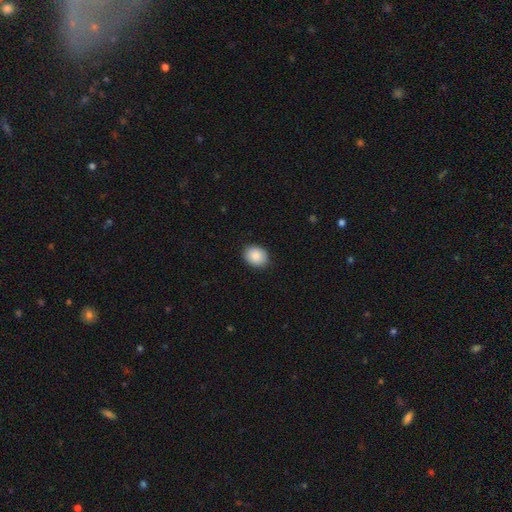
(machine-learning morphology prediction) Smooth or featured?
  - smooth: 88% *
  - star or artifact: 7%
  - featured or disk: 5%
How rounded?
  - in between: 54% *
  - round: 45%
  - cigar-shaped: 1%
Merging?
  - none: 90% *
  - minor disturbance: 8%
  - major disturbance: 2%
  - merger: 1%